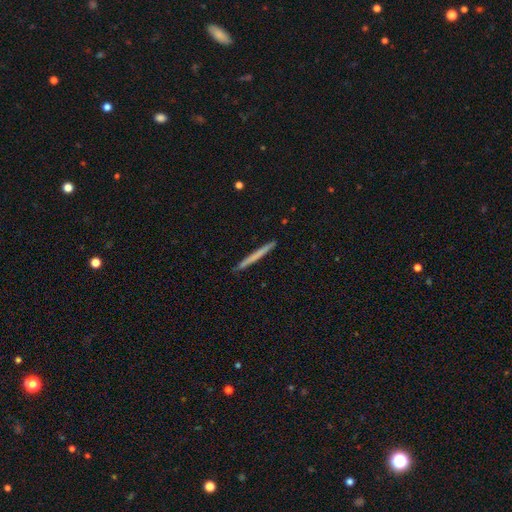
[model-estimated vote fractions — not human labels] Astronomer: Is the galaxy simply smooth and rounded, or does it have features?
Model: smooth — 60% (runner-up: featured or disk, 35%).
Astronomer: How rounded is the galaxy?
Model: cigar-shaped — 97%.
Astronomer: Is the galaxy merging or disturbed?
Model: none — 93%.